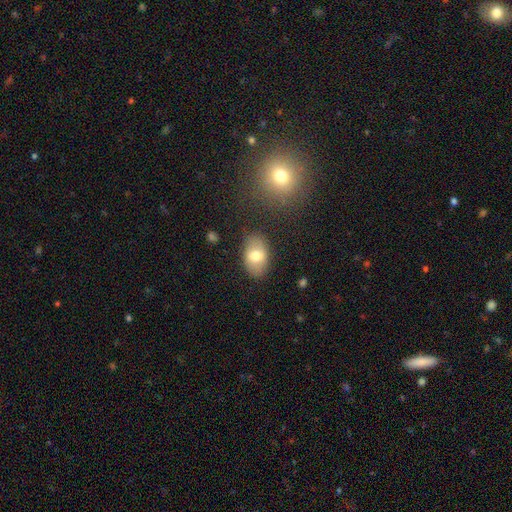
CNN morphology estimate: Smooth or featured?
  - smooth: 71% *
  - featured or disk: 22%
  - star or artifact: 8%
How rounded?
  - in between: 88% *
  - round: 10%
  - cigar-shaped: 1%
Merging?
  - none: 83% *
  - minor disturbance: 12%
  - major disturbance: 3%
  - merger: 2%